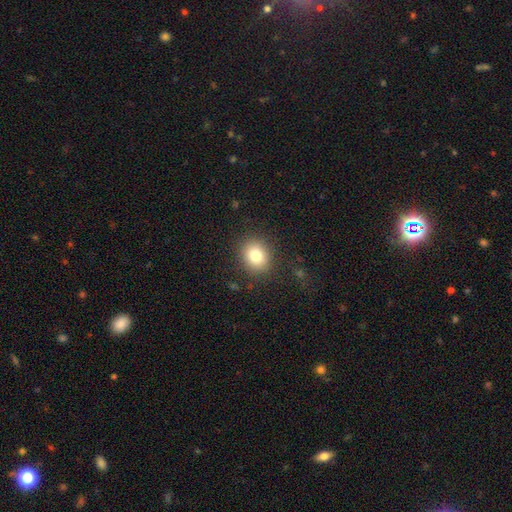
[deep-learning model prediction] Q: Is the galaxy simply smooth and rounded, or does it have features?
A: smooth — 80%.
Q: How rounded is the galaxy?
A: round — 68%.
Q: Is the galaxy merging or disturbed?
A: none — 87%.